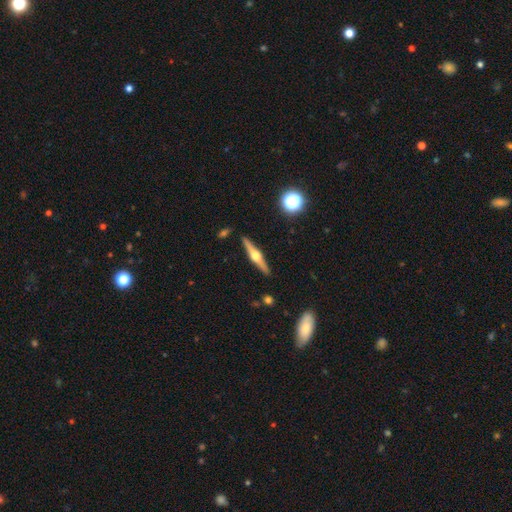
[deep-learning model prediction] The model was most divided on "smooth or featured": featured or disk: 76%, smooth: 17%, star or artifact: 6%. More confident: edge-on disk — yes (98%); edge-on bulge — rounded (95%); merging — none (91%).